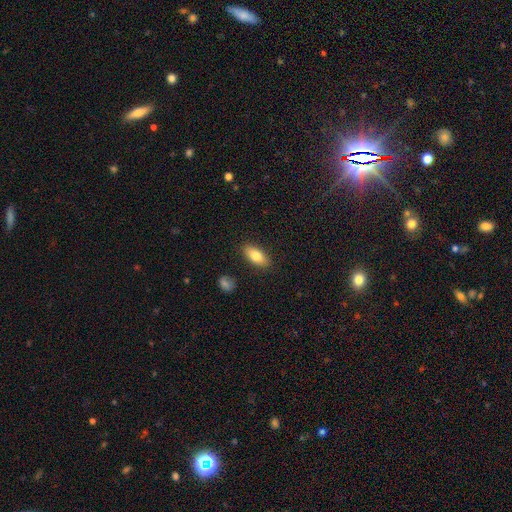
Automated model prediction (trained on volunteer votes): This is likely a smooth galaxy (79%). How rounded: clearly in between (84%). Merging: clearly none (87%).